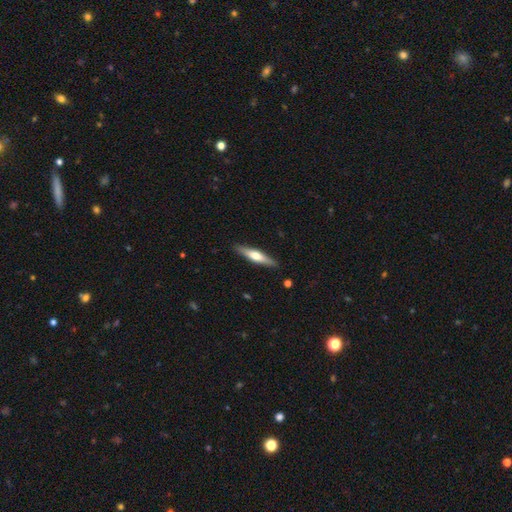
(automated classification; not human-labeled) Smooth or featured? featured or disk (52%)
Edge-on disk? yes (94%)
Merging? none (89%)